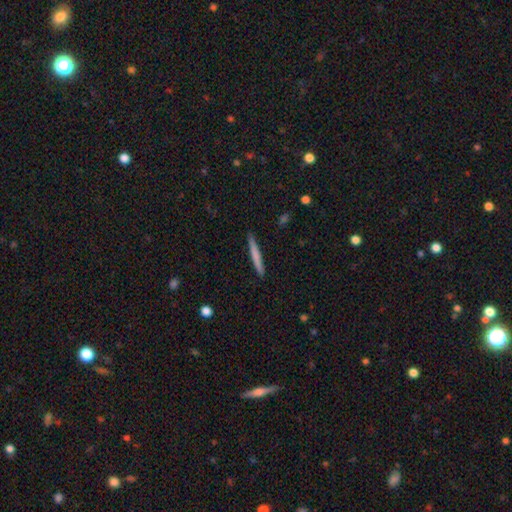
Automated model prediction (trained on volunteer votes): smooth_or_featured: smooth (p=0.69) [alt: featured or disk p=0.26]
how_rounded: cigar-shaped (p=0.96) [alt: in between p=0.02]
merging: none (p=0.90) [alt: minor disturbance p=0.07]